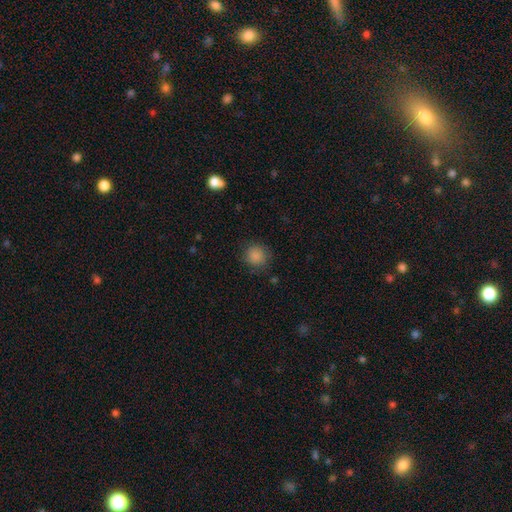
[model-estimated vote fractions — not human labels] A smooth galaxy with no disk features (86%) that is round (89%).

Vote fractions:
- Smooth or featured? smooth: 86% / star or artifact: 10% / featured or disk: 4%
- How rounded? round: 89% / in between: 10% / cigar-shaped: 1%
- Merging? none: 83% / minor disturbance: 12% / major disturbance: 4% / merger: 1%